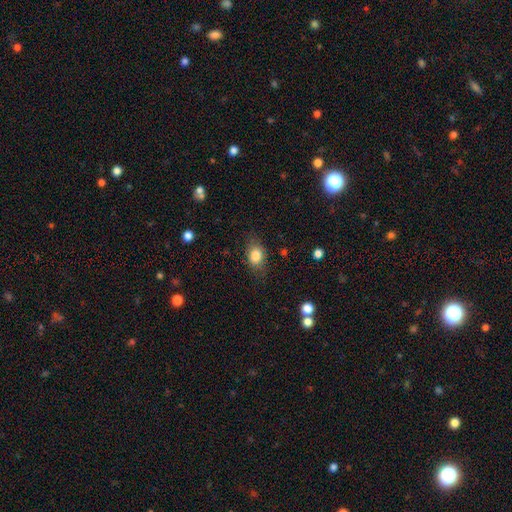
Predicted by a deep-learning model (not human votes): Smooth or featured? Predicted: smooth (p=0.82). How rounded? Predicted: in between (p=0.72). Merging? Predicted: none (p=0.77).